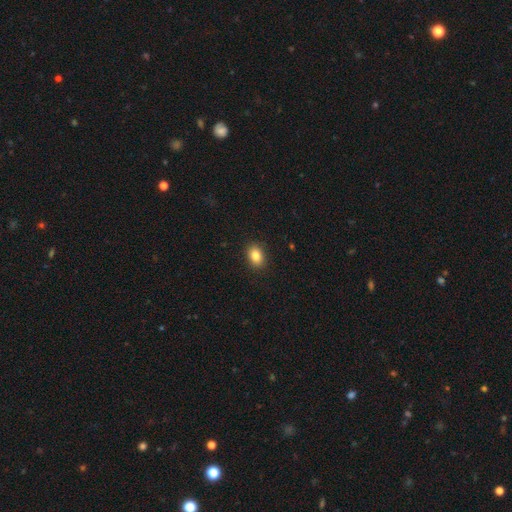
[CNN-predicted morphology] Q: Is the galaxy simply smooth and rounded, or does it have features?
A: smooth — 84%.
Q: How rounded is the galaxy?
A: in between — 75%.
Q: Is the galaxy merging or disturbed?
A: none — 89%.